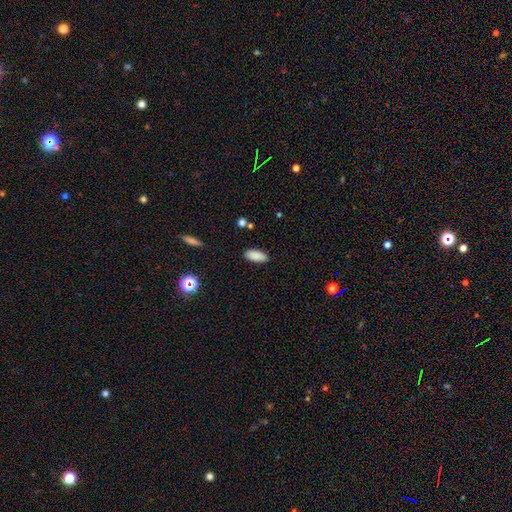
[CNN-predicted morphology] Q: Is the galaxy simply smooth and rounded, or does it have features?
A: smooth — 88%.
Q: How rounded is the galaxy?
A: in between — 85%.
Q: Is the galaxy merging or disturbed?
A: none — 88%.